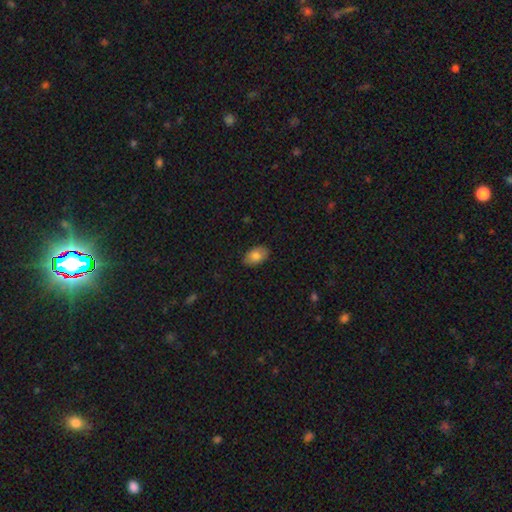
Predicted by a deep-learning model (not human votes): smooth 81%, featured or disk 12%, star or artifact 7%. Down the decision tree: how rounded — in between (92%); merging — none (87%).